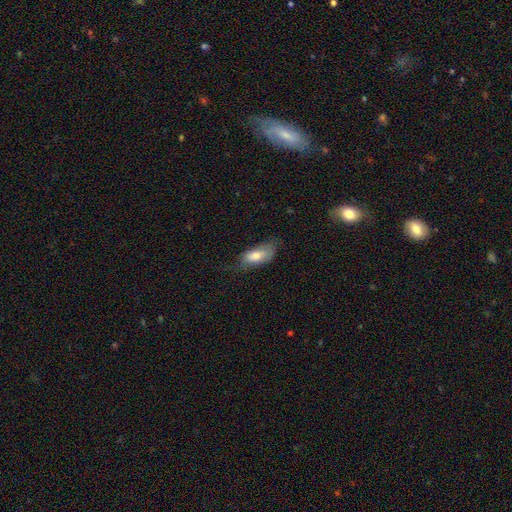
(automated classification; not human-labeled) Smooth or featured? Predicted: smooth (p=0.74). How rounded? Predicted: in between (p=0.83). Merging? Predicted: none (p=0.50).